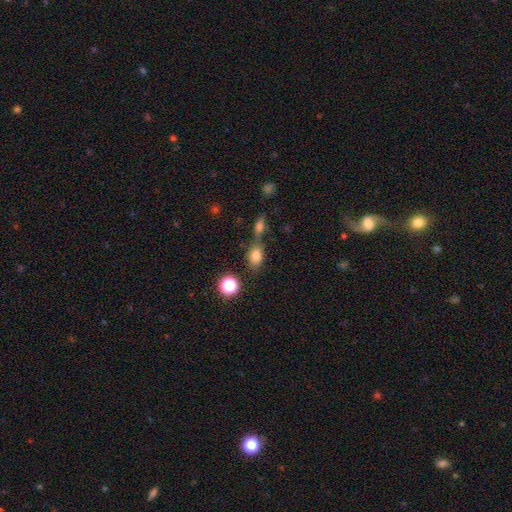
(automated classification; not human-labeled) Morphology: type=smooth (79%); roundness=in between (74%); merging=none (52%).